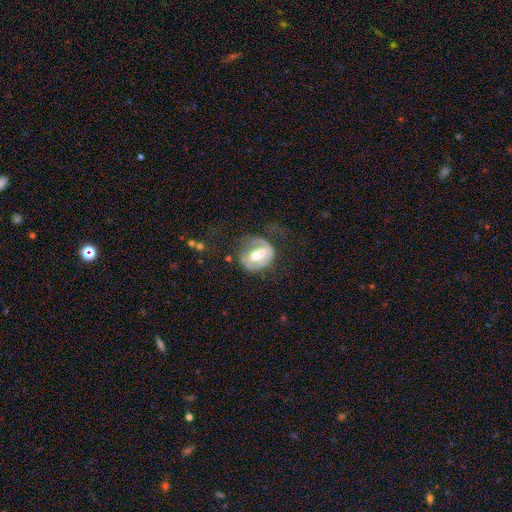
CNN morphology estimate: smooth-or-featured: featured or disk: 63% | smooth: 30% | star or artifact: 7%
  disk-edge-on: no: 97% | yes: 3%
    bar: no: 53% | weak: 32% | strong: 15%
    has-spiral-arms: no: 54% | yes: 46%
    bulge-size: moderate: 69% | small: 20% | large: 8% | none: 2% | dominant: 1%
  merging: none: 32% | major disturbance: 31% | minor disturbance: 22% | merger: 15%